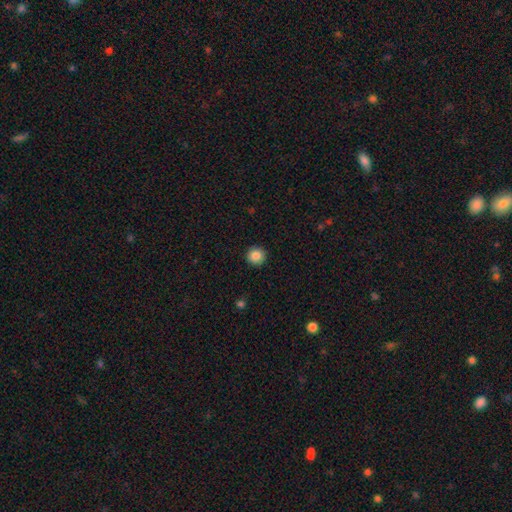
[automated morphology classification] Overall: smooth (85%). How rounded: round (95%). Merging: none (93%).